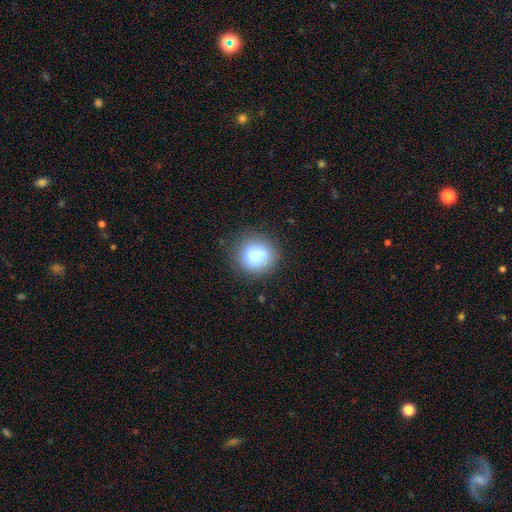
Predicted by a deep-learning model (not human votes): Q: Smooth or featured?
A: smooth (81%); runner-up: star or artifact (10%)
Q: How rounded?
A: round (84%); runner-up: in between (15%)
Q: Merging?
A: none (80%); runner-up: minor disturbance (13%)